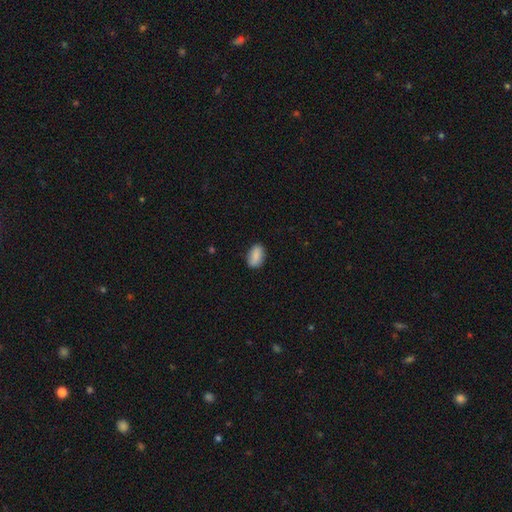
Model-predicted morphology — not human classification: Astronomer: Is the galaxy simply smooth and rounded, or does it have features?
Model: smooth — 87%.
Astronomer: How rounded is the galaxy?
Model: in between — 90%.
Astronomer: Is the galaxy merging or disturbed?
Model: none — 84%.